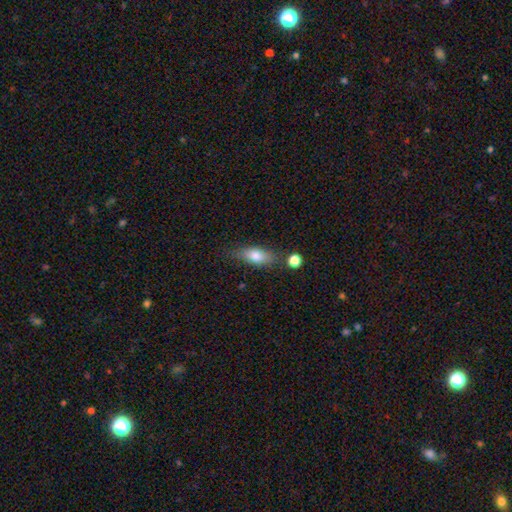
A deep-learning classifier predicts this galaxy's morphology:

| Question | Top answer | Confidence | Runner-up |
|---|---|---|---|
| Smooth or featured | smooth | 75% | featured or disk (18%) |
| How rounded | in between | 74% | cigar-shaped (20%) |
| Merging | none | 69% | minor disturbance (19%) |